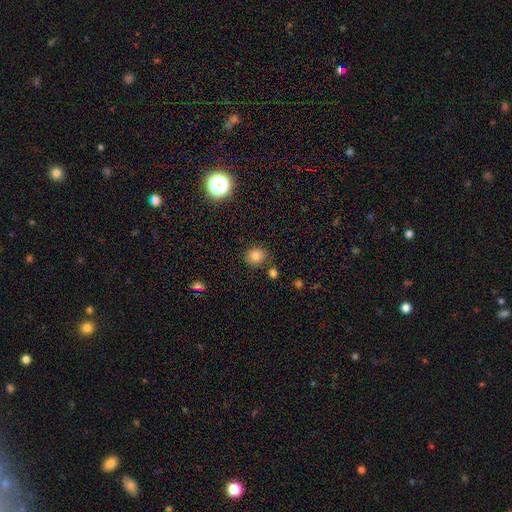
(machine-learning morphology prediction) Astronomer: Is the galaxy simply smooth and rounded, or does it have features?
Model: smooth — 81%.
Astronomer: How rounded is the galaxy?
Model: round — 75%.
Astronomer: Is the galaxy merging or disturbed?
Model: none — 80%.